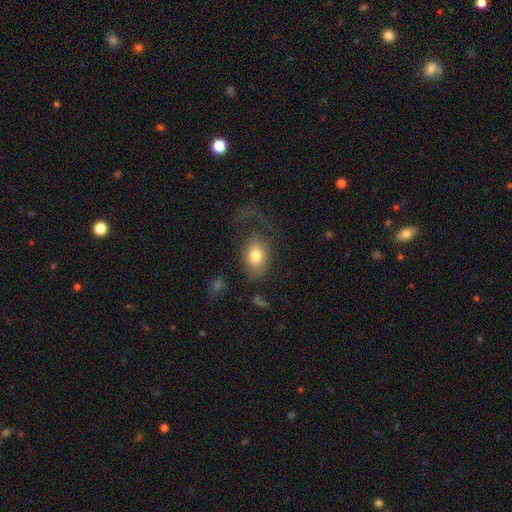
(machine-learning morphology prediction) This is likely a smooth galaxy (74%). How rounded: clearly in between (84%). Merging: marginally none (40%).